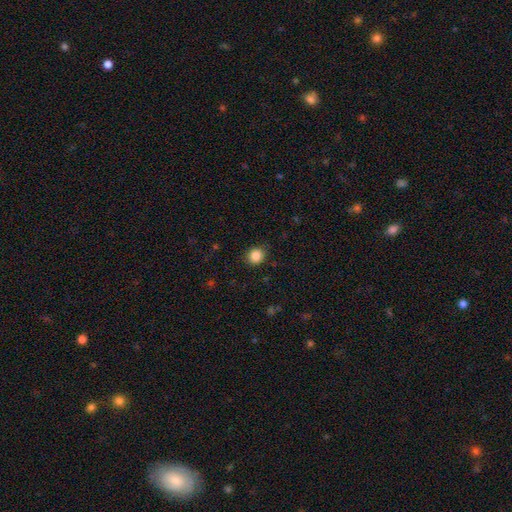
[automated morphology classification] Q: Smooth or featured?
A: smooth (86%); runner-up: star or artifact (10%)
Q: How rounded?
A: round (81%); runner-up: in between (18%)
Q: Merging?
A: none (87%); runner-up: minor disturbance (10%)